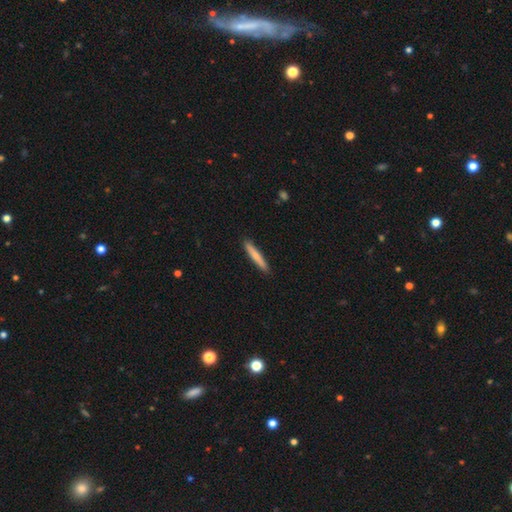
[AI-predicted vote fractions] This appears to be a smooth galaxy with no disk features (74%) that is cigar-shaped (94%). Merging: none (91%).